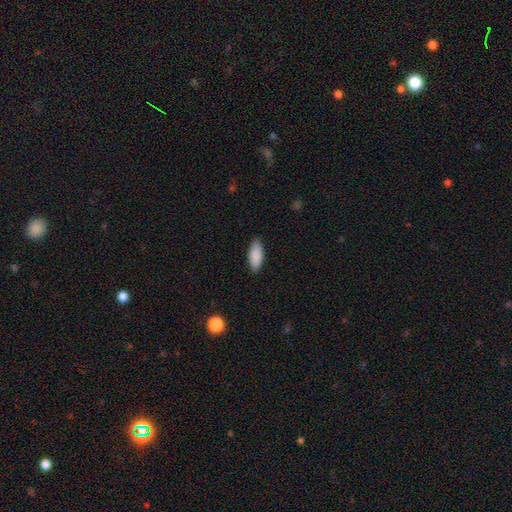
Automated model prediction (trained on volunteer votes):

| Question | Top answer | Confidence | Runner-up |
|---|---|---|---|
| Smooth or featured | smooth | 89% | star or artifact (6%) |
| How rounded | in between | 81% | cigar-shaped (17%) |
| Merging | none | 85% | minor disturbance (12%) |